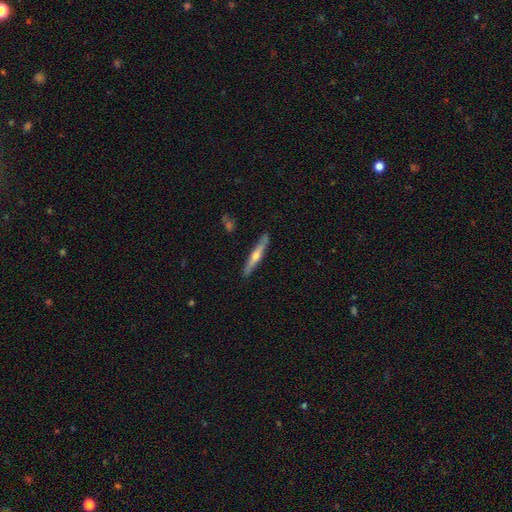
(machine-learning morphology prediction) Smooth or featured? featured or disk (61%)
Edge-on disk? yes (95%)
Edge-on bulge? rounded (87%)
Merging? none (88%)